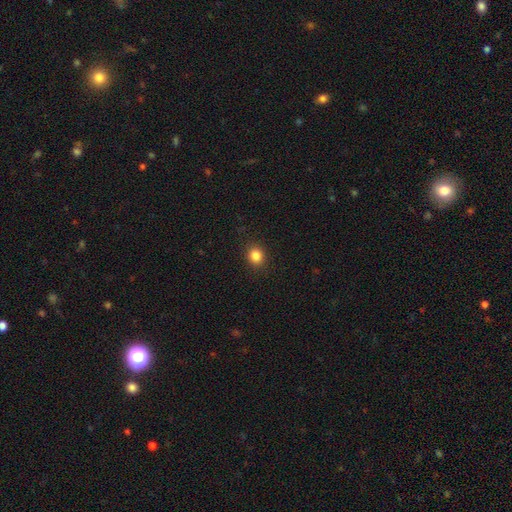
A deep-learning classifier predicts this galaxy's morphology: This is clearly a smooth galaxy (85%). How rounded: likely round (79%). Merging: clearly none (91%).